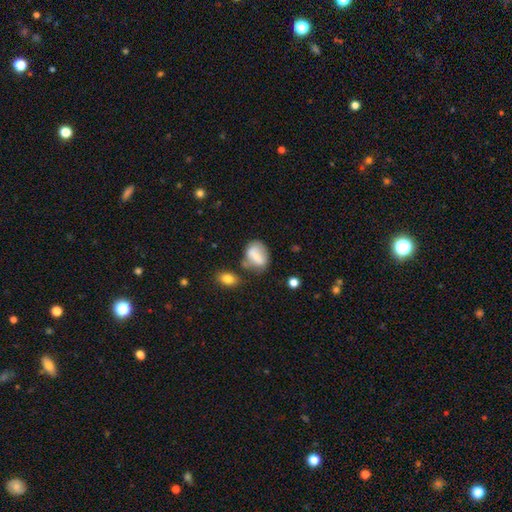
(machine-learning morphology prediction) Smooth or featured: smooth — 63% (featured or disk — 29%)
How rounded: in between — 66% (round — 32%)
Merging: none — 49% (minor disturbance — 24%)